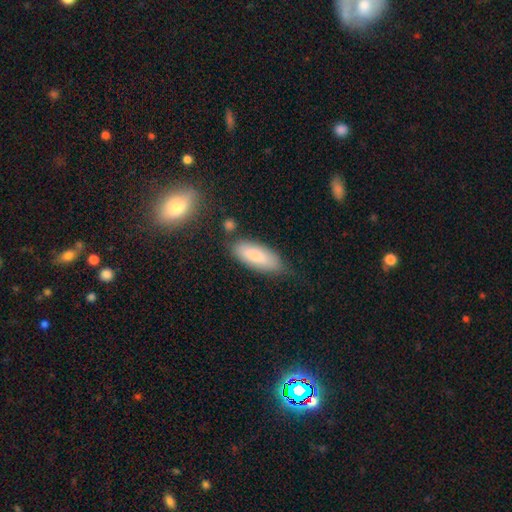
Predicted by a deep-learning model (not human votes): smooth 79%, featured or disk 15%, star or artifact 7%. Down the decision tree: how rounded — in between (73%); merging — none (72%).